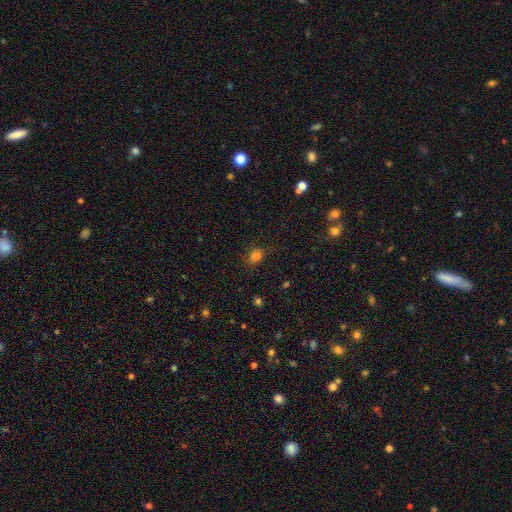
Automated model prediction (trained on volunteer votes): A smooth galaxy with no disk features (77%) that is in between round and cigar-shaped (62%).

Vote fractions:
- Smooth or featured? smooth: 77% / star or artifact: 18% / featured or disk: 5%
- How rounded? in between: 62% / round: 37% / cigar-shaped: 1%
- Merging? none: 74% / minor disturbance: 17% / major disturbance: 7% / merger: 2%